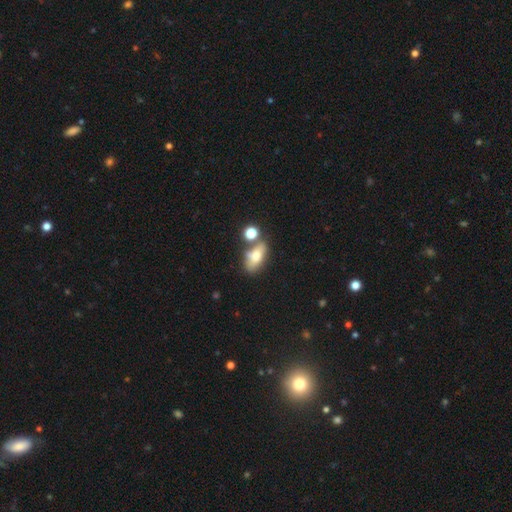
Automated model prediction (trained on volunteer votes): smooth_or_featured: smooth (p=0.65) [alt: featured or disk p=0.25]
how_rounded: in between (p=0.78) [alt: round p=0.12]
merging: none (p=0.52) [alt: merger p=0.24]